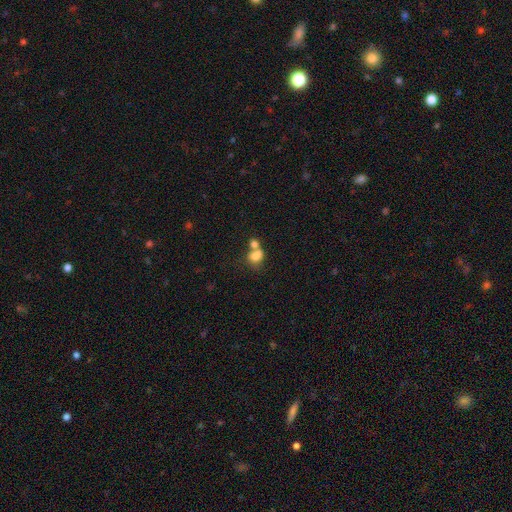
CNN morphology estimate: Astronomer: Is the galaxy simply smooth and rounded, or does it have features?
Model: smooth — 76%.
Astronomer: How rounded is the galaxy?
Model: round — 50% (runner-up: in between, 49%).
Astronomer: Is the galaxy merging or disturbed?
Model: merger — 57%.